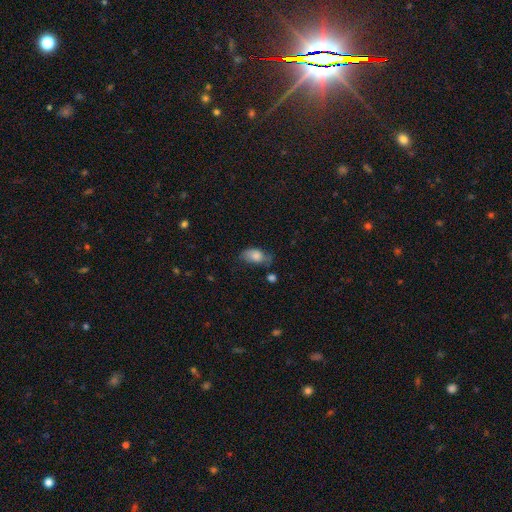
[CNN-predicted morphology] This is likely a smooth galaxy (75%). How rounded: clearly in between (90%). Merging: possibly none (49%).